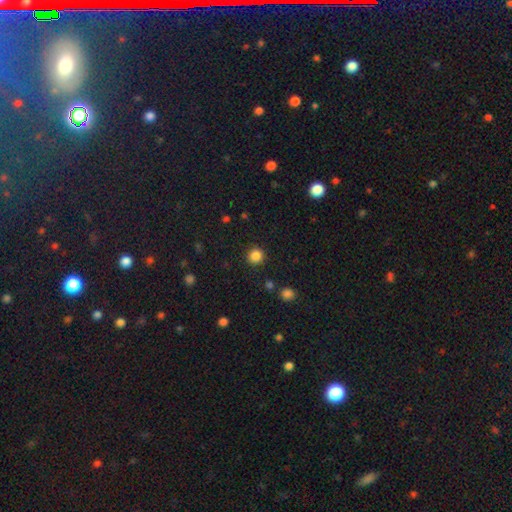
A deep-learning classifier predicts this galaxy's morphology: This appears to be a smooth galaxy with no disk features (85%) that is round (94%). Merging: none (91%).